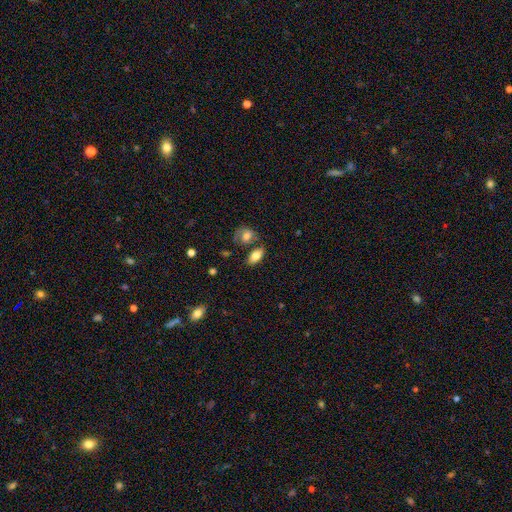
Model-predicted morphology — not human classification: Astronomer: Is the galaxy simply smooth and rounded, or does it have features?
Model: smooth — 80%.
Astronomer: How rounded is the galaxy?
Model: in between — 89%.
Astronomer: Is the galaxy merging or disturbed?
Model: none — 64%.